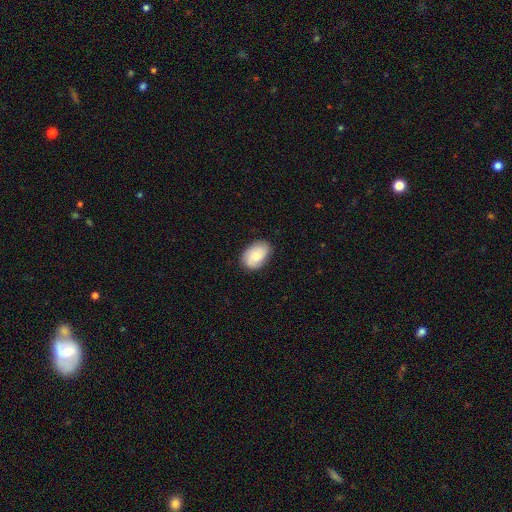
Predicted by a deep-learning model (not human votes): Overall: smooth (72%). How rounded: in between (87%). Merging: none (79%).